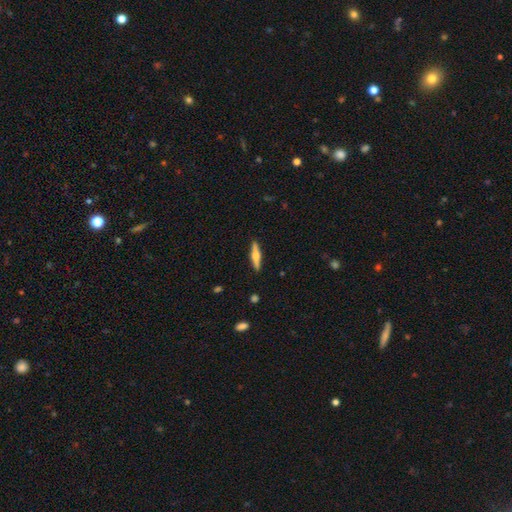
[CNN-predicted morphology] smooth-or-featured: featured or disk: 52% | smooth: 42% | star or artifact: 6%
  disk-edge-on: yes: 96% | no: 4%
    edge-on-bulge: rounded: 89% | boxy: 7% | none: 4%
  merging: none: 89% | minor disturbance: 8% | major disturbance: 2% | merger: 1%